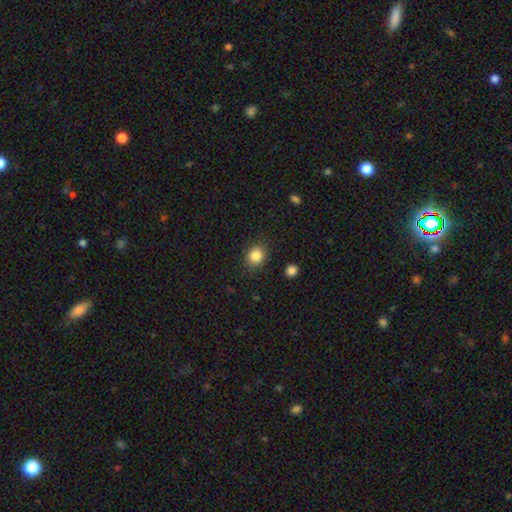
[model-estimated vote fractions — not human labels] Smooth or featured: smooth — 84% (star or artifact — 10%)
How rounded: round — 65% (in between — 35%)
Merging: none — 86% (minor disturbance — 9%)